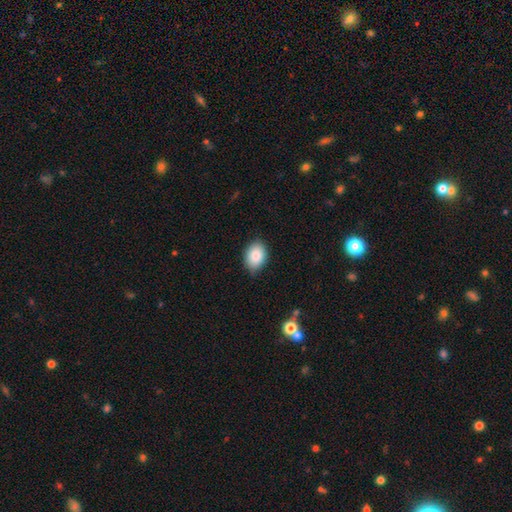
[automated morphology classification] smooth_or_featured: smooth (p=0.87) [alt: star or artifact p=0.07]
how_rounded: in between (p=0.77) [alt: round p=0.22]
merging: none (p=0.79) [alt: minor disturbance p=0.17]